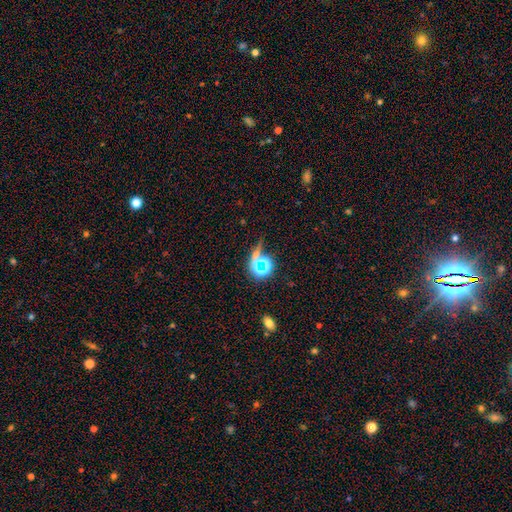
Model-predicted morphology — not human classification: The model was most divided on "smooth or featured": star or artifact: 60%, smooth: 26%, featured or disk: 14%.